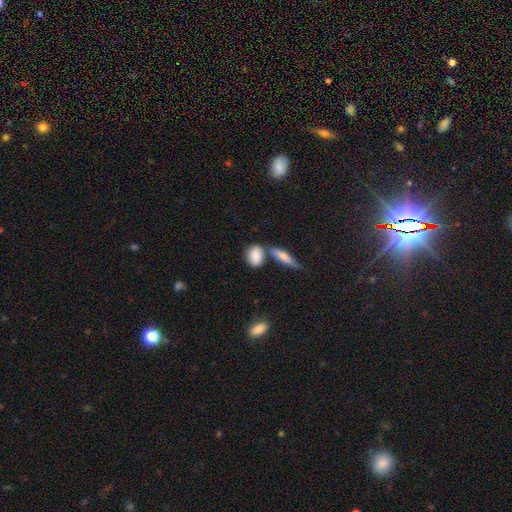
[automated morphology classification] smooth_or_featured: smooth (p=0.84) [alt: featured or disk p=0.09]
how_rounded: in between (p=0.64) [alt: round p=0.29]
merging: none (p=0.54) [alt: merger p=0.26]